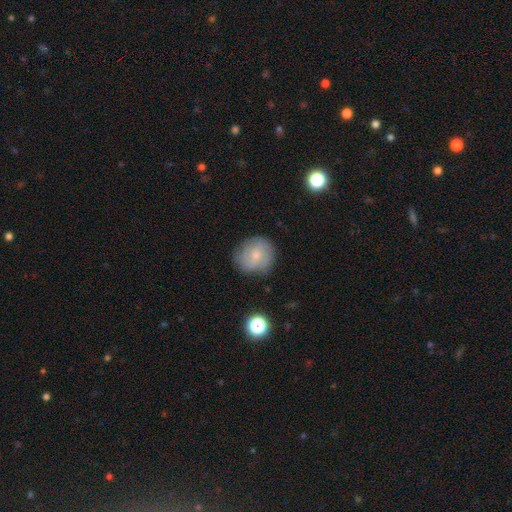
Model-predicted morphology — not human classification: smooth_or_featured: smooth (p=0.56) [alt: featured or disk p=0.36]
how_rounded: round (p=0.85) [alt: in between p=0.14]
merging: none (p=0.76) [alt: minor disturbance p=0.18]